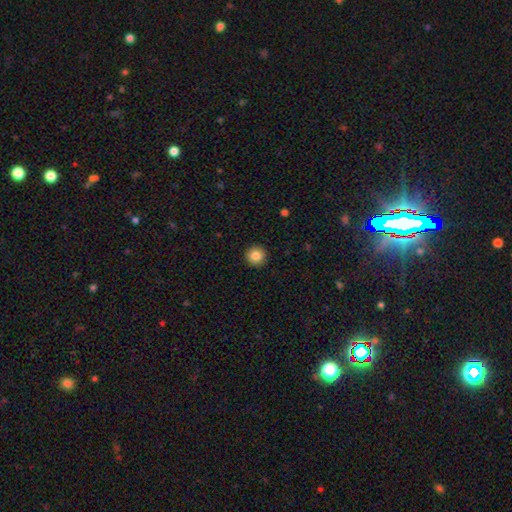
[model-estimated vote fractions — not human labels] Smooth or featured? smooth (85%)
How rounded? round (95%)
Merging? none (93%)